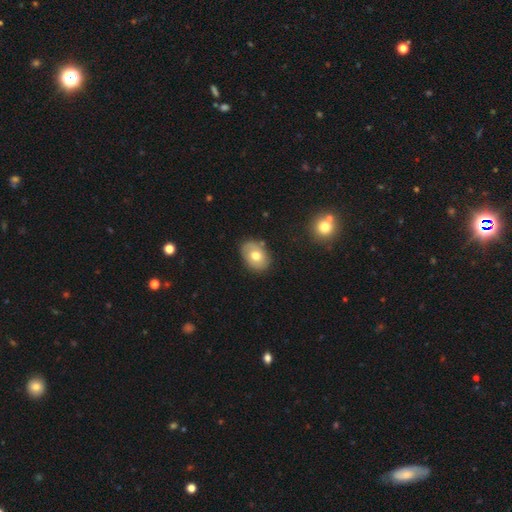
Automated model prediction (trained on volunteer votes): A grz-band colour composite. It shows a smooth galaxy with no disk features (66%) that is in between round and cigar-shaped (68%). Merging: none (80%).